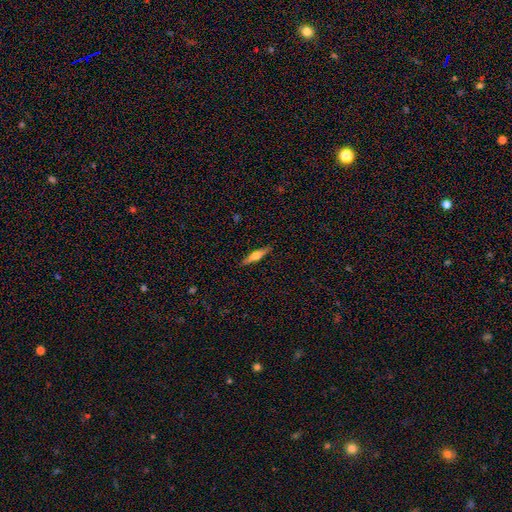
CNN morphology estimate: smooth_or_featured: featured or disk (p=0.52) [alt: smooth p=0.42]
disk_edge_on: yes (p=0.95) [alt: no p=0.05]
merging: none (p=0.90) [alt: minor disturbance p=0.07]